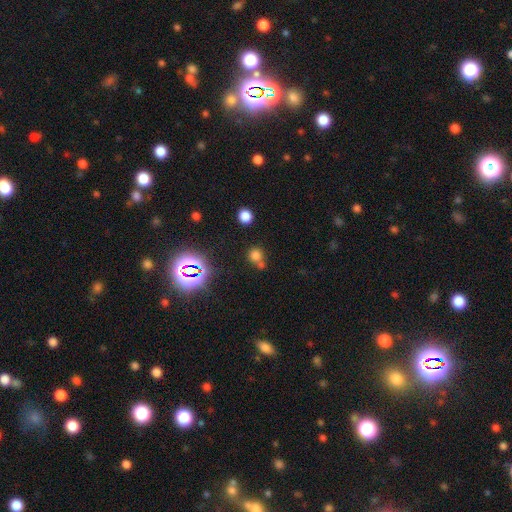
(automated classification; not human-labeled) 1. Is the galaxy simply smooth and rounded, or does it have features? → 66% smooth, 26% star or artifact, 8% featured or disk.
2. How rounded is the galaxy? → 84% round, 14% in between, 1% cigar-shaped.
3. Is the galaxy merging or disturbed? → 53% none, 32% merger, 10% minor disturbance, 5% major disturbance.